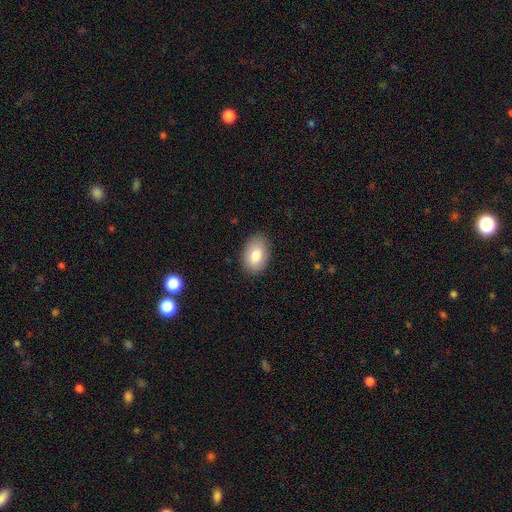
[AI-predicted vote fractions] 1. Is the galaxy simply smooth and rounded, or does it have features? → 81% smooth, 12% featured or disk, 7% star or artifact.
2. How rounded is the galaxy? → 88% in between, 11% round, 1% cigar-shaped.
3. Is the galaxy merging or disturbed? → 86% none, 11% minor disturbance, 2% major disturbance, 1% merger.